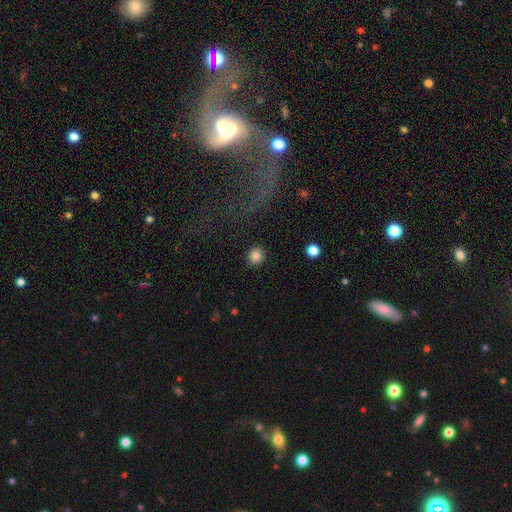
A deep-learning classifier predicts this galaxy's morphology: This appears to be a smooth galaxy with no disk features (85%) that is round (92%). Merging: none (91%).